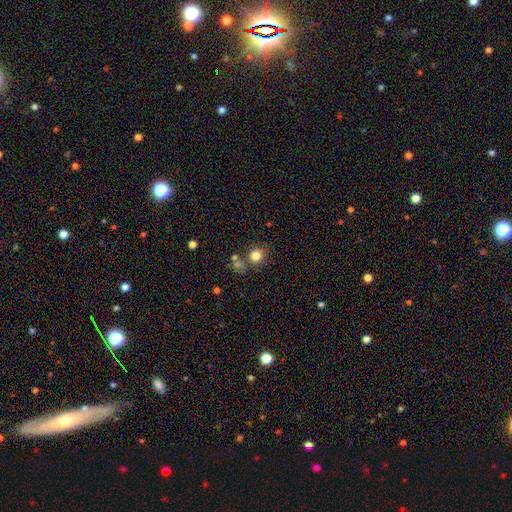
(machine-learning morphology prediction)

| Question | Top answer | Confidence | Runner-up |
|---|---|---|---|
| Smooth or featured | smooth | 80% | star or artifact (13%) |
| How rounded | round | 86% | in between (13%) |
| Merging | none | 72% | minor disturbance (12%) |